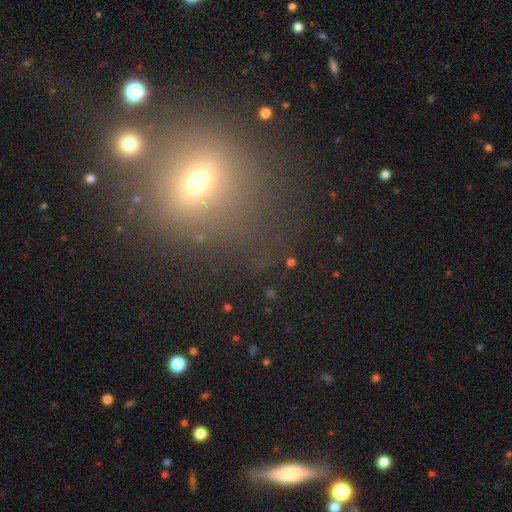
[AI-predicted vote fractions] This is possibly a smooth galaxy (49%). Merging: likely none (76%).